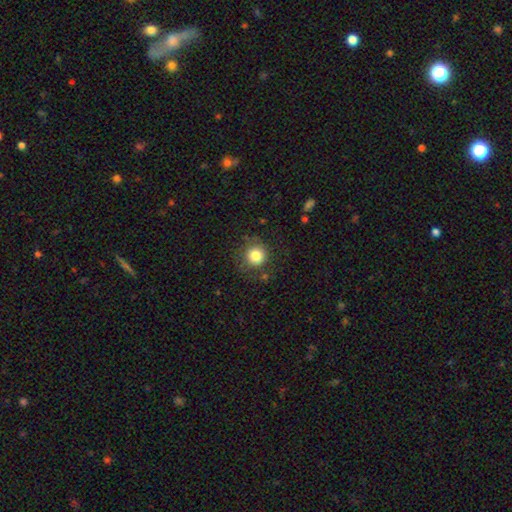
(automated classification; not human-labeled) A smooth galaxy with no disk features (83%) that is round (92%). Merging: none (78%).